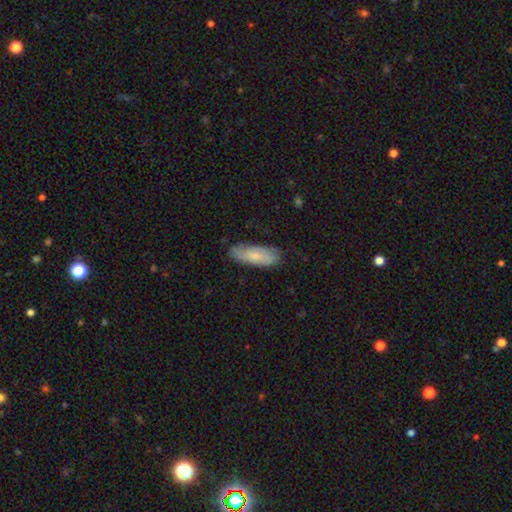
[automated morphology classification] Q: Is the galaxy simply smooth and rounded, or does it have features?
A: smooth — 67%.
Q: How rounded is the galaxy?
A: in between — 67%.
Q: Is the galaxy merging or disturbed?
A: none — 74%.